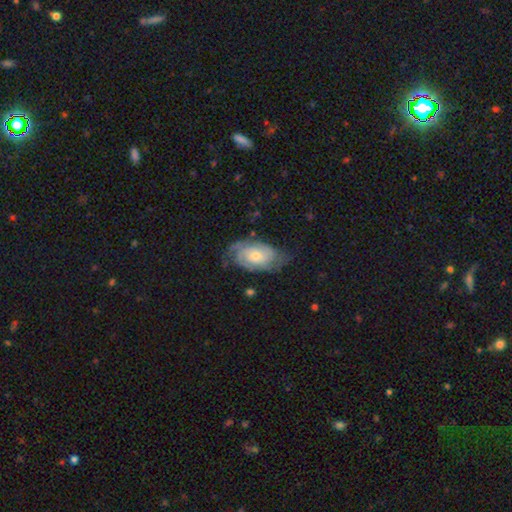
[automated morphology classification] The model was most divided on "bulge size": small: 47%, moderate: 46%, large: 4%, none: 2%, dominant: 1%. Remaining: edge-on disk — no (95%); spiral arms — yes (94%); smooth or featured — featured or disk (78%); bar — no (72%); merging — none (67%); spiral winding — tight (60%); spiral arm count — 2 (45%).